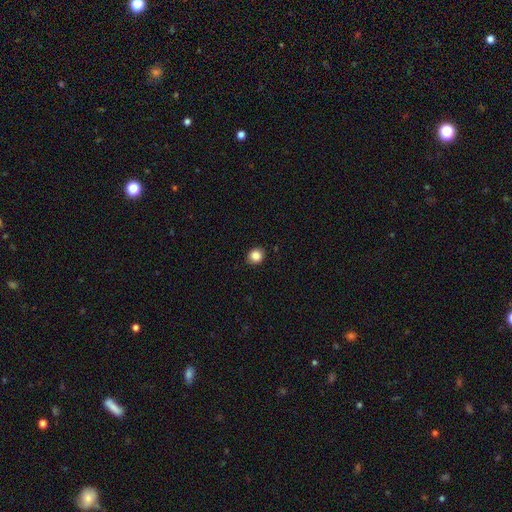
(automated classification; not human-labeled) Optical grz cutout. It shows a smooth galaxy with no disk features (87%) that is round (83%). Merging: none (89%).